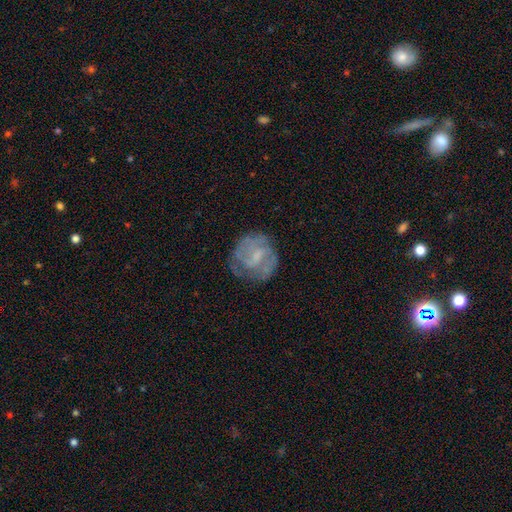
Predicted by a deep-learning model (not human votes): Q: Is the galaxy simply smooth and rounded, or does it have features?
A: featured or disk — 64%.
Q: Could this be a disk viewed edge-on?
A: no — 98%.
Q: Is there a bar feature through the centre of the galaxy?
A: weak — 51%.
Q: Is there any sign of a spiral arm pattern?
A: yes — 72%.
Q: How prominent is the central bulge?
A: small — 41%.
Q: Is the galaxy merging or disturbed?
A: none — 65%.